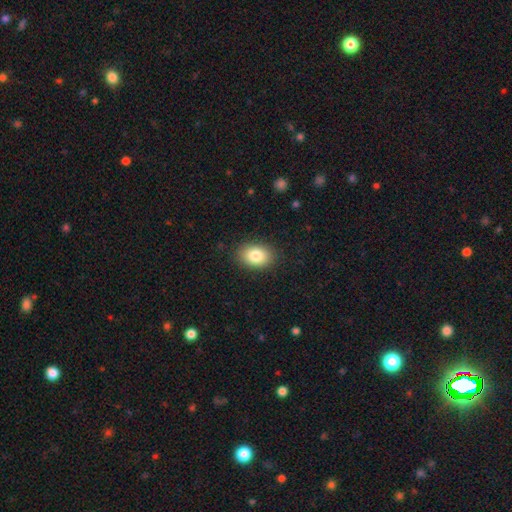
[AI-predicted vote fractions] Morphology: type=smooth (83%); roundness=in between (79%); merging=none (88%).